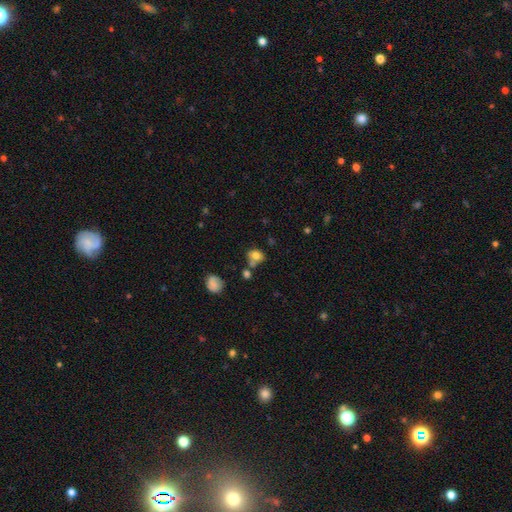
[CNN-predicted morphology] Overall: smooth (74%). How rounded: in between (54%; round 45%). Merging: none (46%; merger 27%).